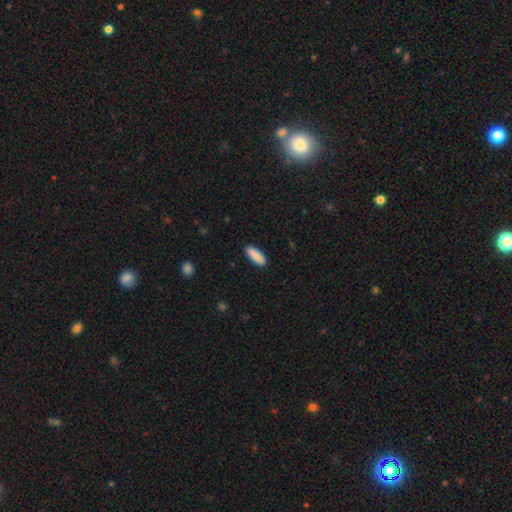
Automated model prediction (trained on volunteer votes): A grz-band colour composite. It shows a smooth galaxy with no disk features (89%) that is in between round and cigar-shaped (63%). Merging: none (90%).